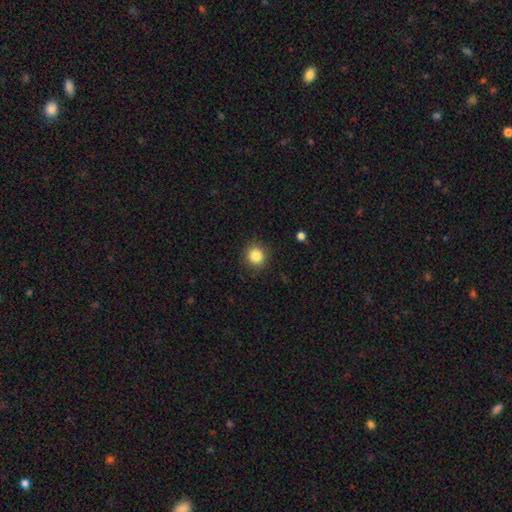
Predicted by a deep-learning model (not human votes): Smooth or featured? Predicted: smooth (p=0.85). How rounded? Predicted: round (p=0.90). Merging? Predicted: none (p=0.89).